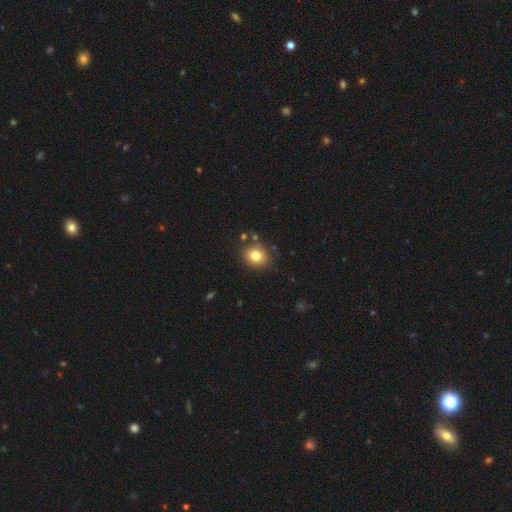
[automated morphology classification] smooth_or_featured: smooth (p=0.81) [alt: star or artifact p=0.11]
how_rounded: round (p=0.69) [alt: in between p=0.31]
merging: none (p=0.83) [alt: minor disturbance p=0.10]